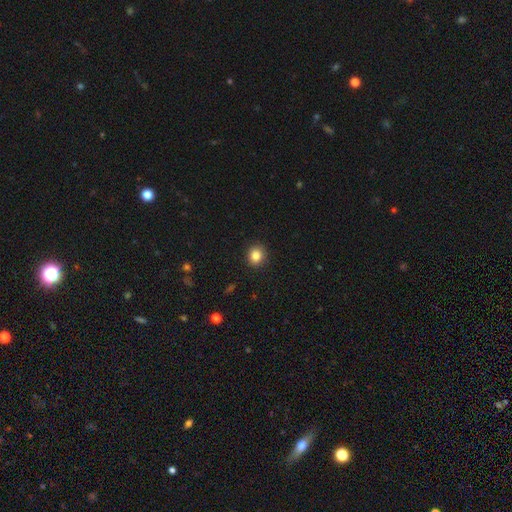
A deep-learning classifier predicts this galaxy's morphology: A smooth galaxy with no disk features (85%) that is round (80%).

Vote fractions:
- Smooth or featured? smooth: 85% / star or artifact: 10% / featured or disk: 5%
- How rounded? round: 80% / in between: 20% / cigar-shaped: 1%
- Merging? none: 91% / minor disturbance: 6% / major disturbance: 2% / merger: 1%